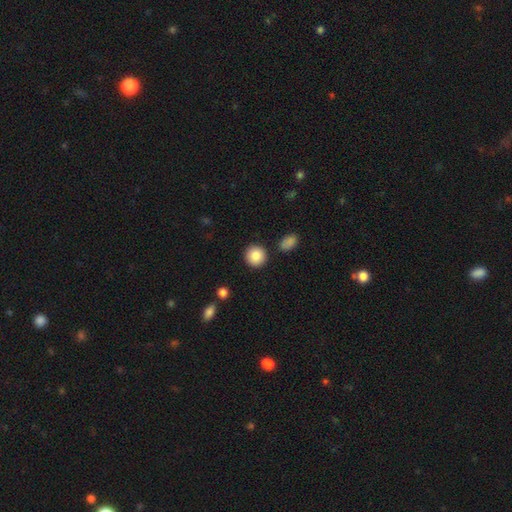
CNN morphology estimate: Smooth or featured? Predicted: smooth (p=0.85). How rounded? Predicted: round (p=0.93). Merging? Predicted: none (p=0.89).